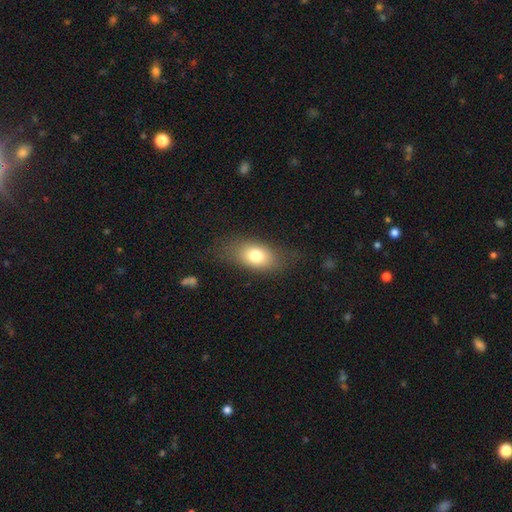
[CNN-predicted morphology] A smooth galaxy with no disk features (76%) that is in between round and cigar-shaped (83%). Merging: none (73%).